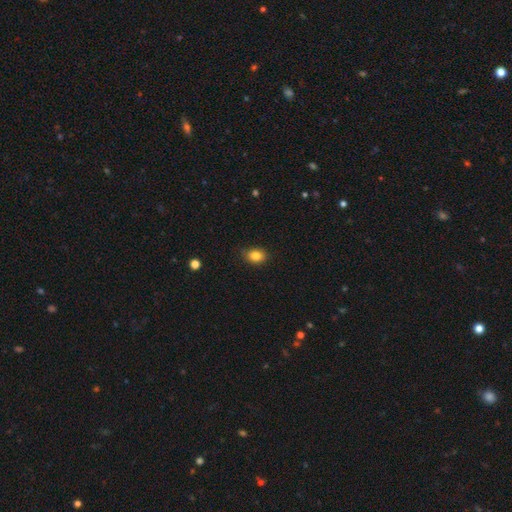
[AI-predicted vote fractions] Smooth or featured? Predicted: smooth (p=0.84). How rounded? Predicted: in between (p=0.65). Merging? Predicted: none (p=0.82).